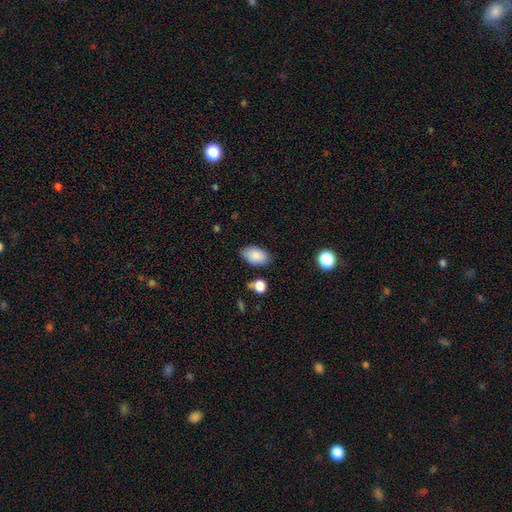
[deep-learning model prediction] A smooth galaxy with no disk features (86%) that is in between round and cigar-shaped (93%).

Vote fractions:
- Smooth or featured? smooth: 86% / star or artifact: 7% / featured or disk: 6%
- How rounded? in between: 93% / round: 6% / cigar-shaped: 2%
- Merging? none: 76% / minor disturbance: 17% / major disturbance: 4% / merger: 3%